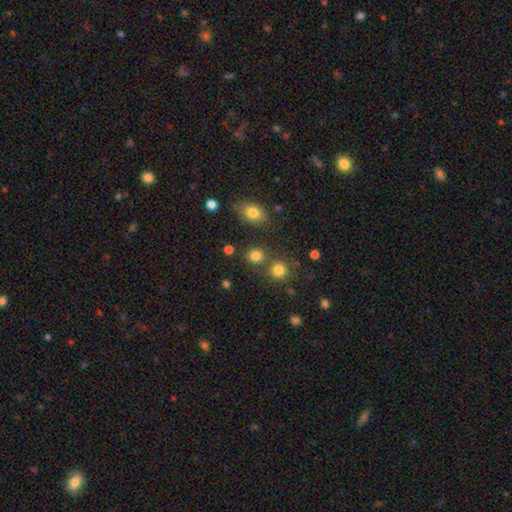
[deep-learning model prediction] smooth_or_featured: smooth (p=0.81) [alt: star or artifact p=0.14]
how_rounded: round (p=0.77) [alt: in between p=0.22]
merging: none (p=0.74) [alt: merger p=0.14]